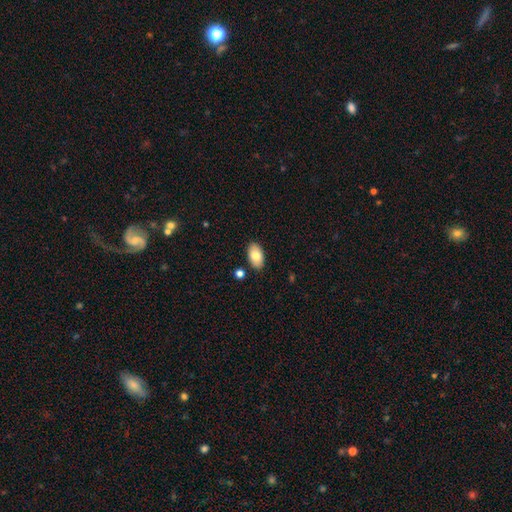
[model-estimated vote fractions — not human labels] Overall: smooth (81%). How rounded: in between (94%). Merging: none (86%).